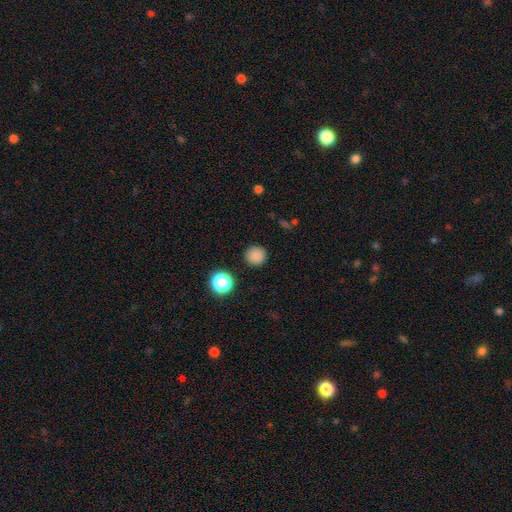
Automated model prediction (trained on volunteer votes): A smooth galaxy with no disk features (84%) that is round (93%). Merging: none (90%).